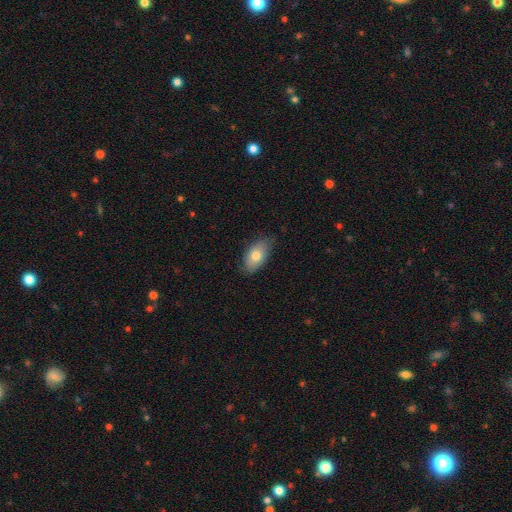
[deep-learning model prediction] smooth-or-featured: smooth: 75% | featured or disk: 19% | star or artifact: 7%
  how-rounded: in between: 92% | round: 5% | cigar-shaped: 3%
  merging: none: 76% | minor disturbance: 20% | major disturbance: 3% | merger: 1%